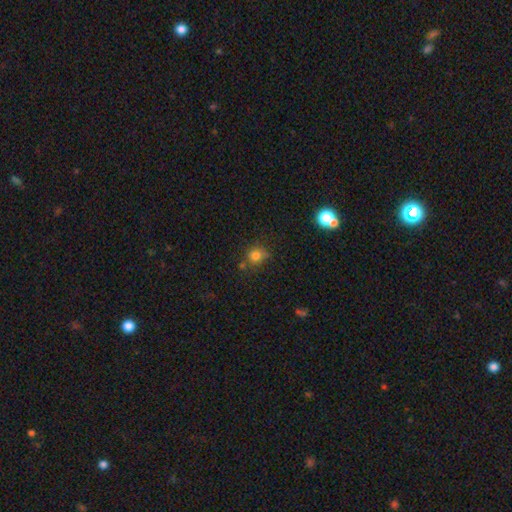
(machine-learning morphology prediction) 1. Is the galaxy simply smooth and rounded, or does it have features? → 78% smooth, 14% star or artifact, 8% featured or disk.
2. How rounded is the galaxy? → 78% round, 20% in between, 1% cigar-shaped.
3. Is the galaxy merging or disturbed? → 62% none, 22% minor disturbance, 9% merger, 7% major disturbance.